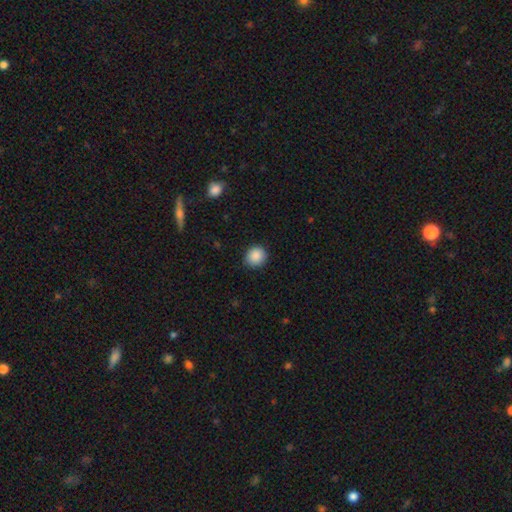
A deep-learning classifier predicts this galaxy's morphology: The model was most divided on "how rounded": round: 82%, in between: 17%, cigar-shaped: 1%. More confident: smooth or featured — smooth (89%); merging — none (87%).